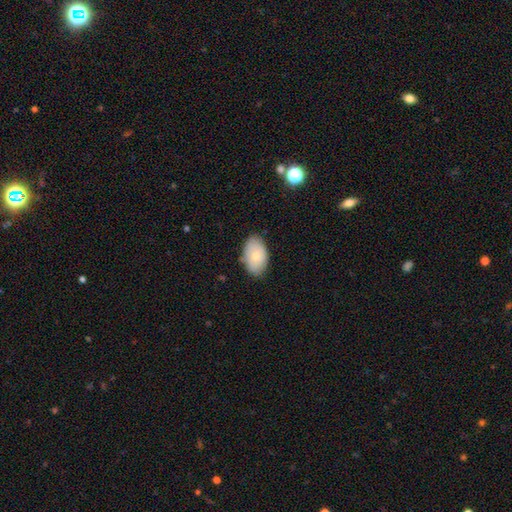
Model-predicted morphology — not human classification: Smooth or featured: smooth — 73% (featured or disk — 21%)
How rounded: in between — 92% (round — 7%)
Merging: none — 79% (minor disturbance — 17%)